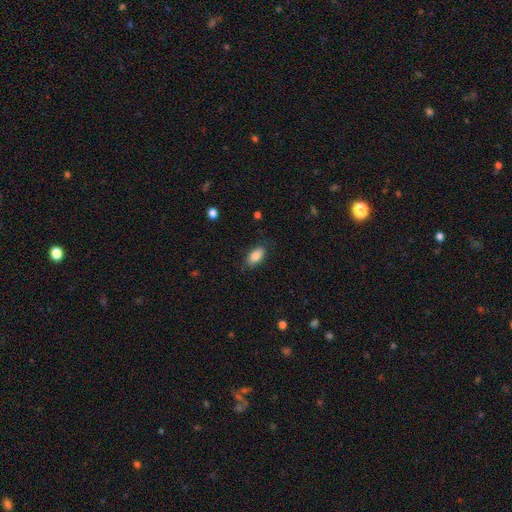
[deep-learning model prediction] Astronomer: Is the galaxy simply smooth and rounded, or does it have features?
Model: smooth — 85%.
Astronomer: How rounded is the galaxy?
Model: in between — 91%.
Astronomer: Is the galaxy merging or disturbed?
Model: none — 81%.